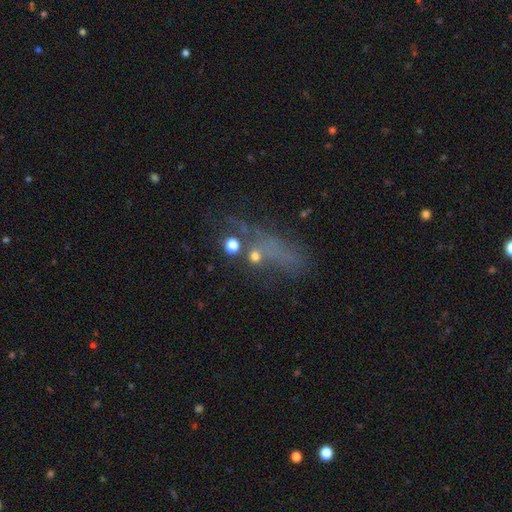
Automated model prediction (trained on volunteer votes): smooth-or-featured: smooth: 46% | star or artifact: 30% | featured or disk: 24%
  merging: none: 35% | major disturbance: 27% | merger: 22% | minor disturbance: 15%